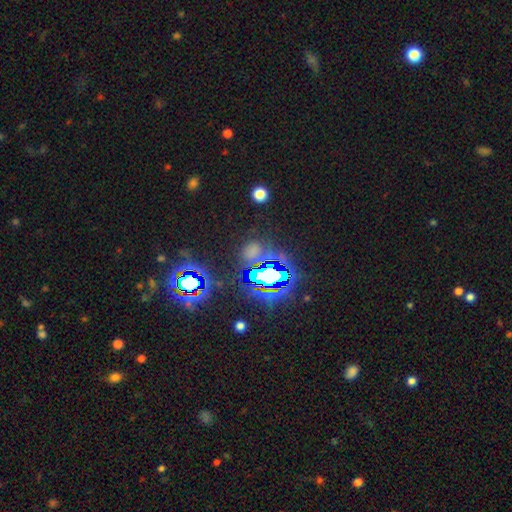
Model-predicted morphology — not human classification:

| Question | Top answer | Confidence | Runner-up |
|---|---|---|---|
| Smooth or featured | star or artifact | 74% | smooth (17%) |